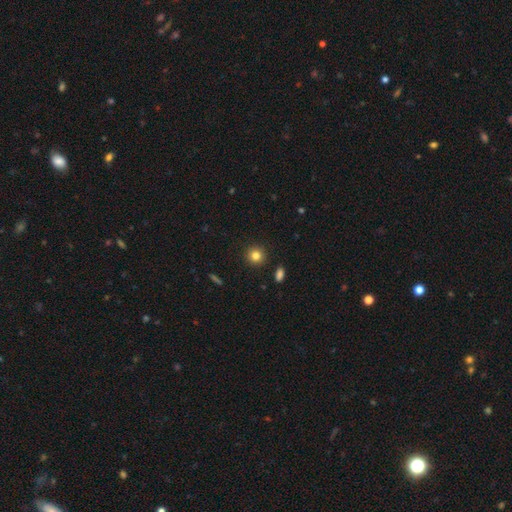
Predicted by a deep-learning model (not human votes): The model was most divided on "smooth or featured": smooth: 82%, star or artifact: 11%, featured or disk: 7%. More confident: how rounded — round (92%); merging — none (92%).